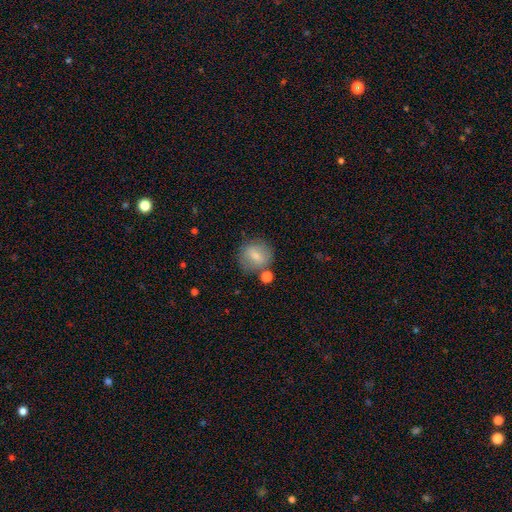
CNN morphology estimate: Q: Smooth or featured?
A: smooth (72%); runner-up: featured or disk (19%)
Q: How rounded?
A: round (77%); runner-up: in between (22%)
Q: Merging?
A: none (68%); runner-up: minor disturbance (15%)